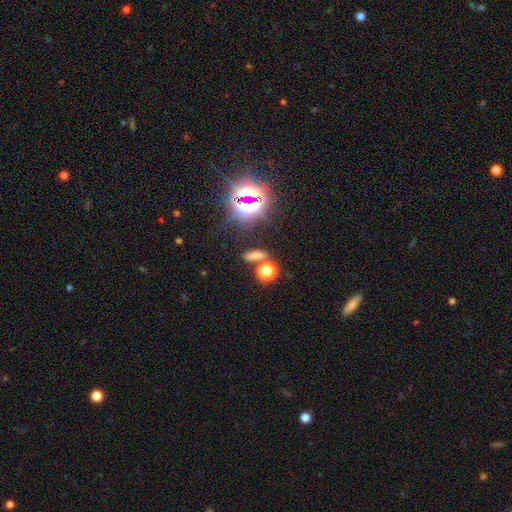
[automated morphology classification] The model was most divided on "how rounded": in between: 47%, cigar-shaped: 33%, round: 20%. More confident: merging — none (69%); smooth or featured — smooth (57%).